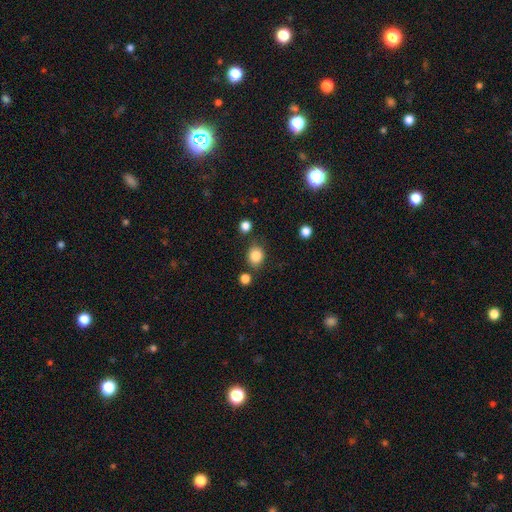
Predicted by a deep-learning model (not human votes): Smooth or featured?
  - smooth: 85% *
  - star or artifact: 10%
  - featured or disk: 5%
How rounded?
  - round: 59% *
  - in between: 40%
  - cigar-shaped: 1%
Merging?
  - none: 76% *
  - minor disturbance: 13%
  - merger: 7%
  - major disturbance: 4%